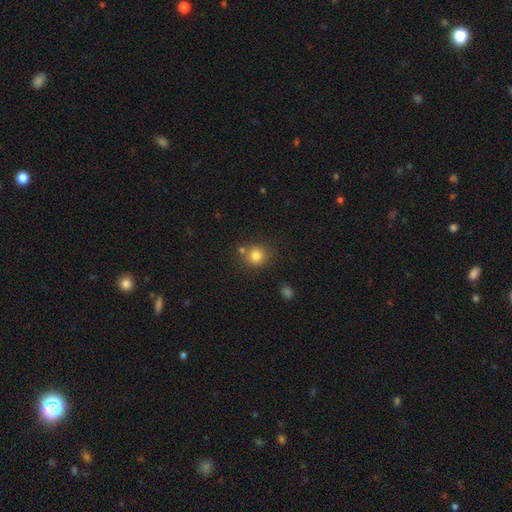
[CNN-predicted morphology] type=smooth (81%); roundness=round (90%); merging=none (74%).